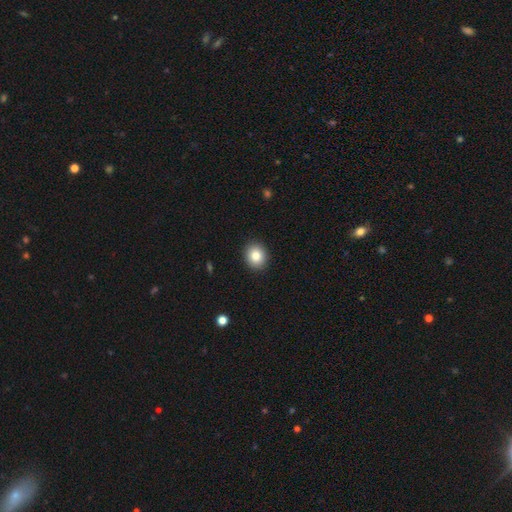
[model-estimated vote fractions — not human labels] This appears to be a smooth galaxy with no disk features (84%) that is round (72%). Merging: none (91%).